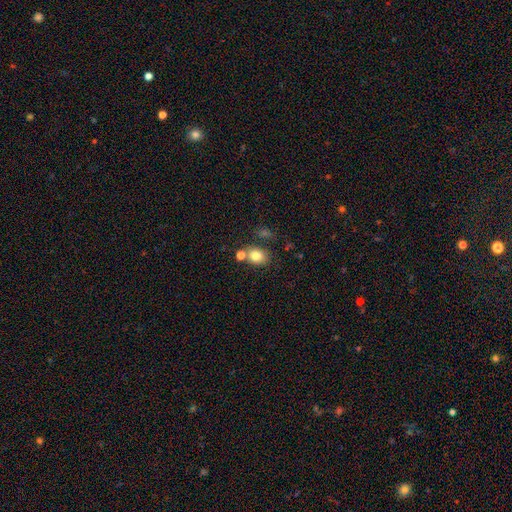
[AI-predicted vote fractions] This appears to be a smooth galaxy with no disk features (80%) that is in between round and cigar-shaped (51%). Merging: none (65%).